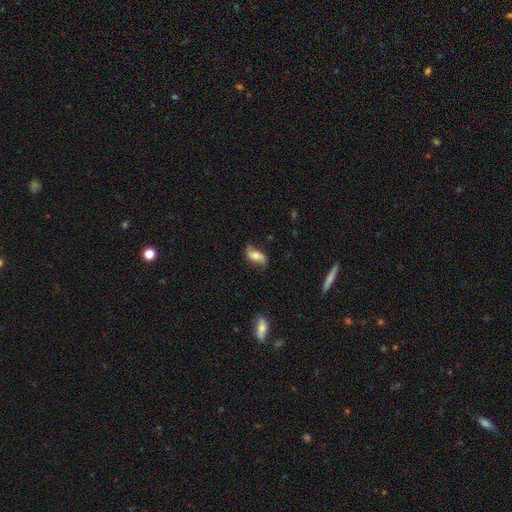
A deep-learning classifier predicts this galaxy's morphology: type=featured or disk (47%); merging=none (66%).